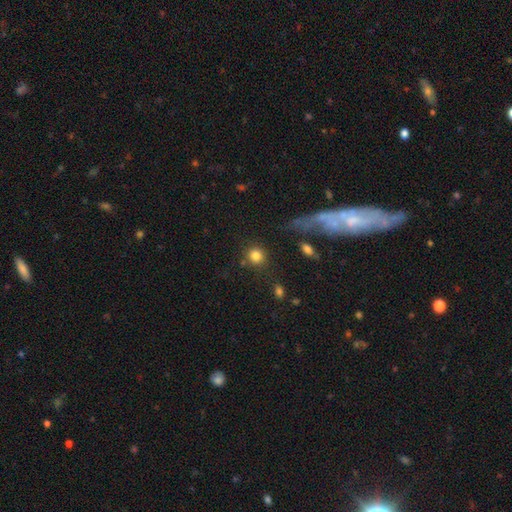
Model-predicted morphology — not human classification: Smooth or featured?
  - smooth: 83% *
  - star or artifact: 10%
  - featured or disk: 7%
How rounded?
  - round: 89% *
  - in between: 10%
  - cigar-shaped: 1%
Merging?
  - none: 80% *
  - minor disturbance: 10%
  - merger: 6%
  - major disturbance: 4%